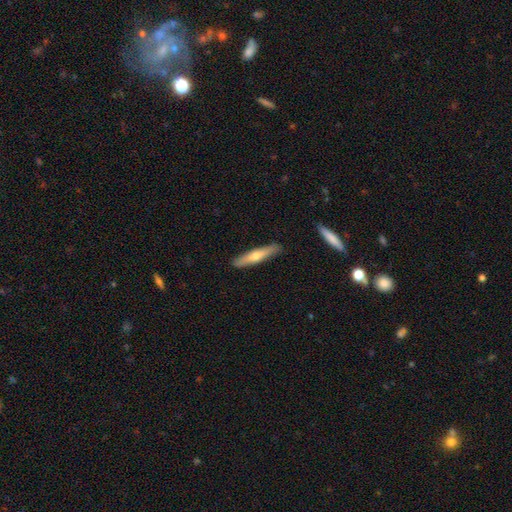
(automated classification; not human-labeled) Smooth or featured?
  - smooth: 51% *
  - featured or disk: 43%
  - star or artifact: 6%
How rounded?
  - cigar-shaped: 90% *
  - in between: 9%
  - round: 1%
Merging?
  - none: 90% *
  - minor disturbance: 7%
  - major disturbance: 1%
  - merger: 1%